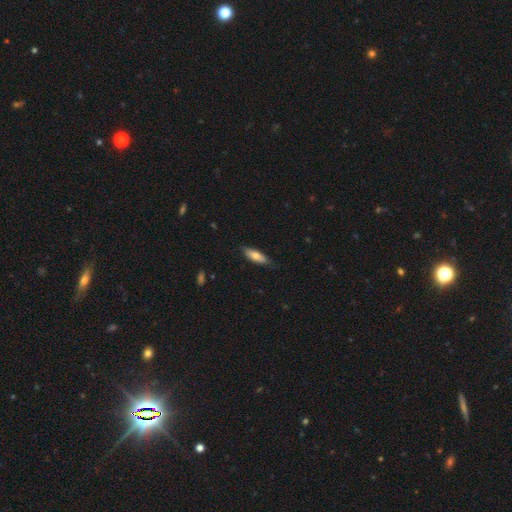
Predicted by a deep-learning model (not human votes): A smooth galaxy with no disk features (67%) that is in between round and cigar-shaped (50%).

Vote fractions:
- Smooth or featured? smooth: 67% / featured or disk: 27% / star or artifact: 6%
- How rounded? in between: 50% / cigar-shaped: 48% / round: 2%
- Merging? none: 83% / minor disturbance: 14% / major disturbance: 2% / merger: 1%